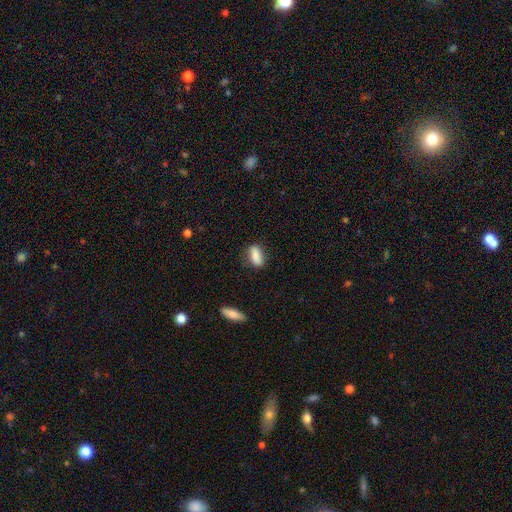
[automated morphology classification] A smooth galaxy with no disk features (86%) that is in between round and cigar-shaped (78%).

Vote fractions:
- Smooth or featured? smooth: 86% / star or artifact: 7% / featured or disk: 7%
- How rounded? in between: 78% / cigar-shaped: 18% / round: 4%
- Merging? none: 75% / minor disturbance: 18% / major disturbance: 5% / merger: 2%